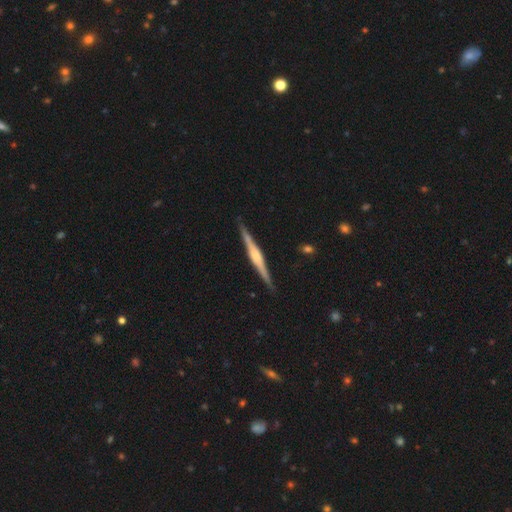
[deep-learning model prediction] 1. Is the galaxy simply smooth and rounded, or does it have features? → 79% featured or disk, 16% smooth, 5% star or artifact.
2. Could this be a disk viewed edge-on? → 98% yes, 2% no.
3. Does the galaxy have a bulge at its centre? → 60% rounded, 31% boxy, 9% none.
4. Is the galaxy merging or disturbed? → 90% none, 7% minor disturbance, 1% major disturbance, 1% merger.